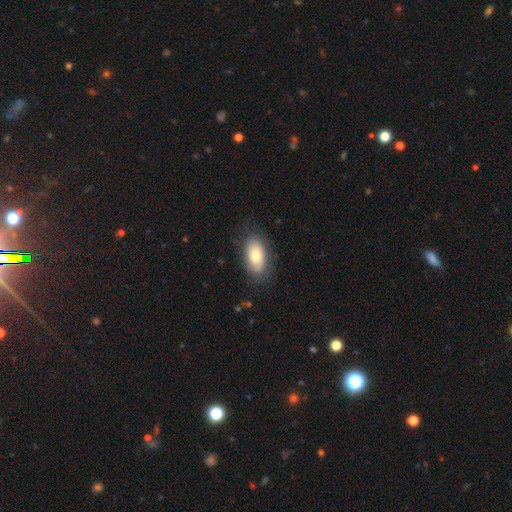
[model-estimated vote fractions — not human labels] smooth 73%, featured or disk 20%, star or artifact 7%. Down the decision tree: how rounded — in between (92%); merging — none (78%).